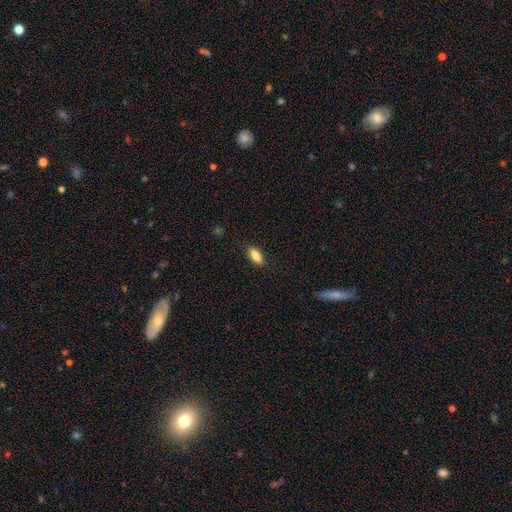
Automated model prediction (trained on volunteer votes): Q: Smooth or featured?
A: smooth (82%); runner-up: featured or disk (11%)
Q: How rounded?
A: in between (79%); runner-up: cigar-shaped (18%)
Q: Merging?
A: none (85%); runner-up: minor disturbance (11%)